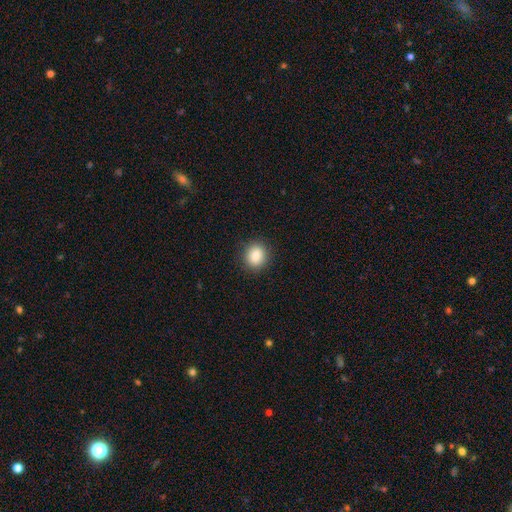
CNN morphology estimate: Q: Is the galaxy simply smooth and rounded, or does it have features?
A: smooth — 85%.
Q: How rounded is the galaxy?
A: round — 79%.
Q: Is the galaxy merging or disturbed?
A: none — 90%.